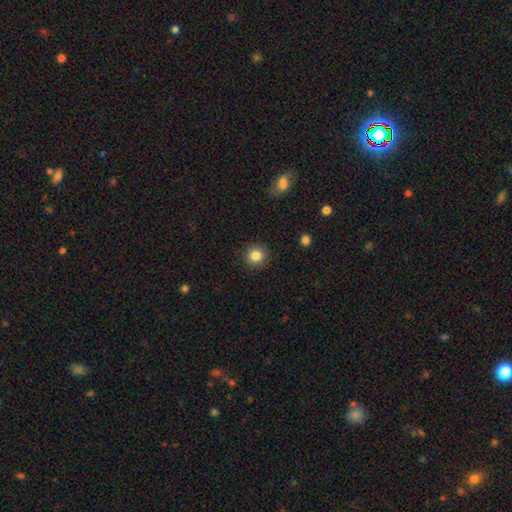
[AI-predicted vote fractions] A smooth galaxy with no disk features (84%) that is round (93%). Merging: none (91%).